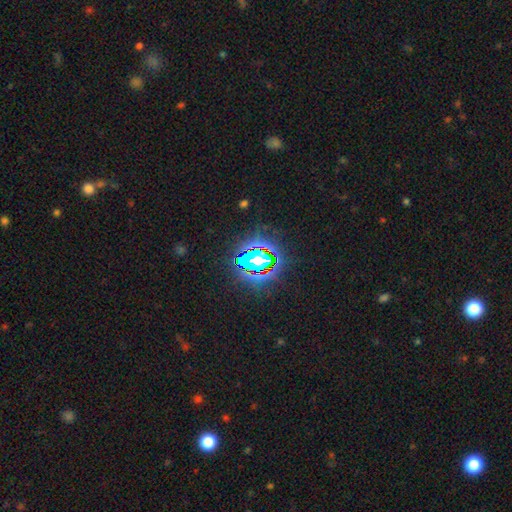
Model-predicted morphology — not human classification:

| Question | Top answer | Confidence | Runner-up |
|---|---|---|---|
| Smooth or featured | star or artifact | 79% | smooth (13%) |